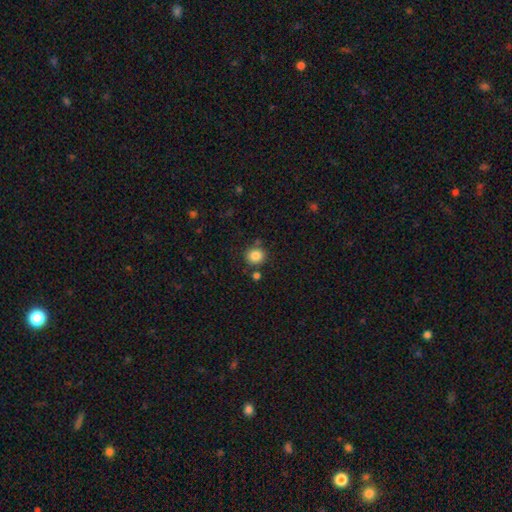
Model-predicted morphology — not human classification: type=smooth (85%); roundness=round (86%); merging=none (80%).